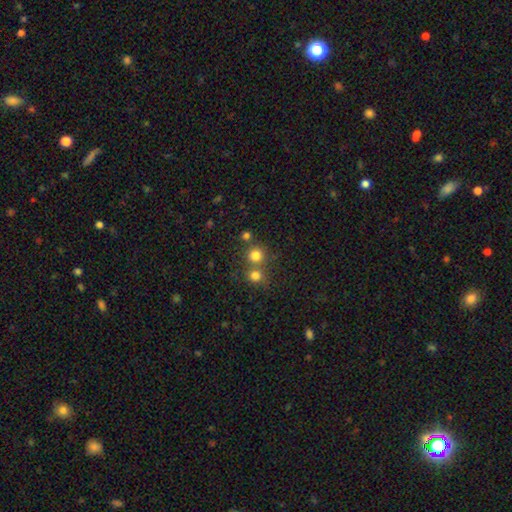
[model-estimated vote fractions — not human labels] Q: Smooth or featured?
A: smooth (78%); runner-up: star or artifact (15%)
Q: How rounded?
A: round (92%); runner-up: in between (7%)
Q: Merging?
A: none (63%); runner-up: merger (29%)